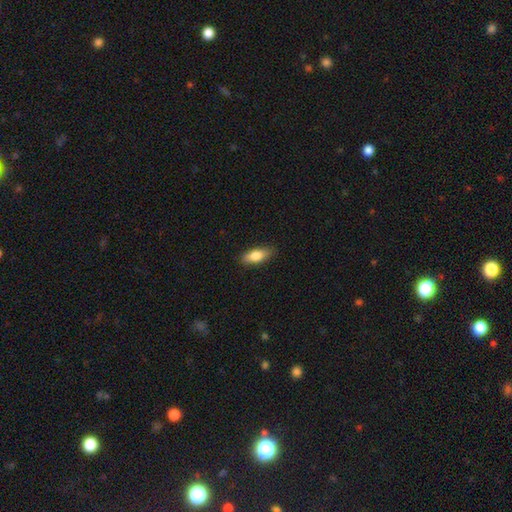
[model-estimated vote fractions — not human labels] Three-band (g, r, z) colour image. It shows a smooth galaxy with no disk features (80%) that is in between round and cigar-shaped (76%). Merging: none (86%).